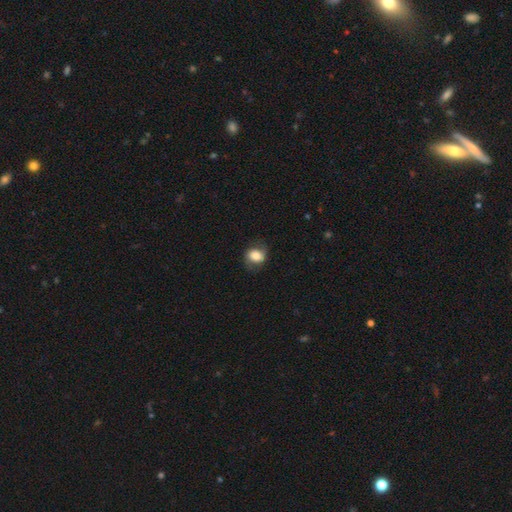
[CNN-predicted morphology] Smooth or featured? smooth (69%)
How rounded? in between (50%)
Merging? none (73%)